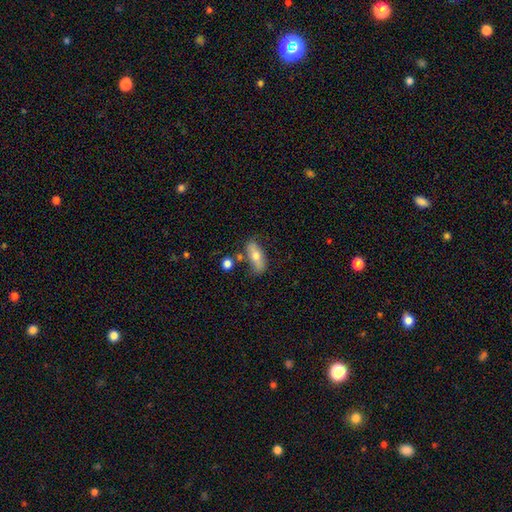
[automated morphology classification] smooth 60%, featured or disk 32%, star or artifact 8%. Down the decision tree: how rounded — in between (66%); merging — none (71%).